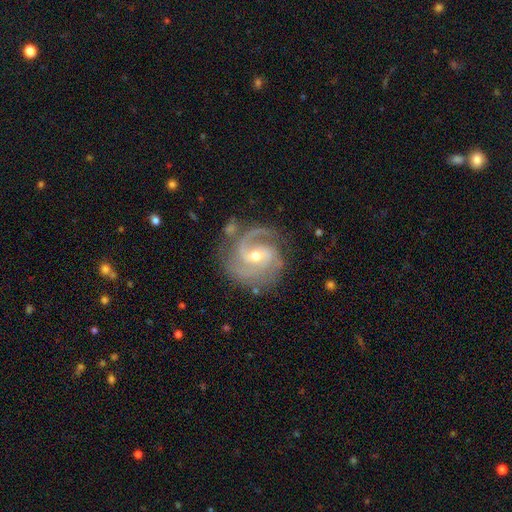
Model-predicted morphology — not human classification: Smooth or featured? featured or disk (92%)
Edge-on disk? no (98%)
Bar? weak (48%)
Spiral arms? yes (98%)
Spiral winding? medium (51%)
Spiral arm count? 2 (50%)
Bulge size? moderate (50%)
Merging? none (71%)